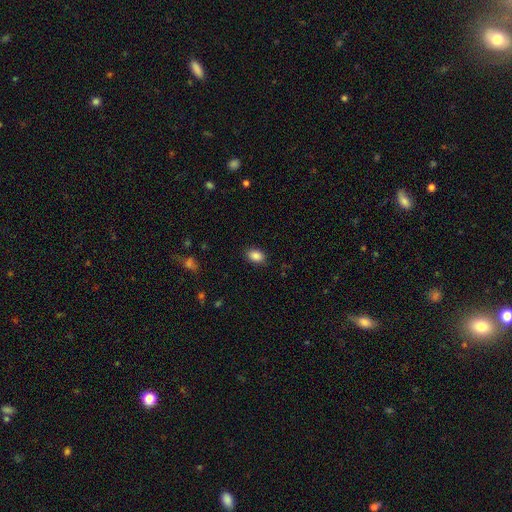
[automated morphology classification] Smooth or featured? smooth (87%)
How rounded? in between (85%)
Merging? none (87%)